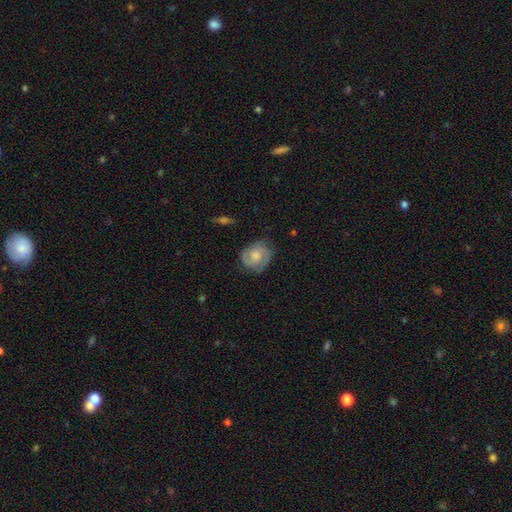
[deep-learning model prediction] smooth-or-featured: featured or disk: 58% | smooth: 35% | star or artifact: 7%
  disk-edge-on: no: 97% | yes: 3%
    bar: no: 70% | weak: 27% | strong: 4%
    has-spiral-arms: yes: 88% | no: 12%
    bulge-size: moderate: 46% | small: 29% | large: 12% | none: 11% | dominant: 2%
  merging: none: 70% | minor disturbance: 22% | major disturbance: 7% | merger: 1%